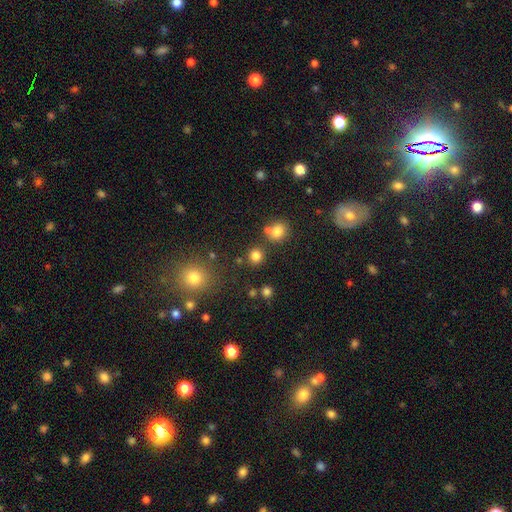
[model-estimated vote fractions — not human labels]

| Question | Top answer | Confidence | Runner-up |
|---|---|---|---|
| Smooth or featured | smooth | 80% | star or artifact (15%) |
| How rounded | round | 89% | in between (10%) |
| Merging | none | 80% | merger (10%) |